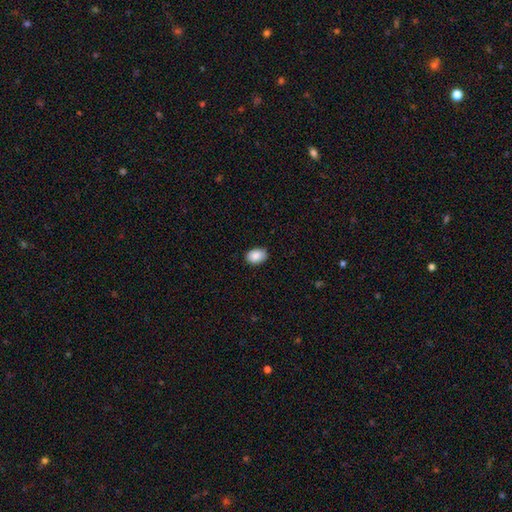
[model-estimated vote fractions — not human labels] Smooth or featured?
  - smooth: 89% *
  - star or artifact: 7%
  - featured or disk: 4%
How rounded?
  - in between: 79% *
  - round: 20%
  - cigar-shaped: 1%
Merging?
  - none: 85% *
  - minor disturbance: 12%
  - major disturbance: 2%
  - merger: 1%